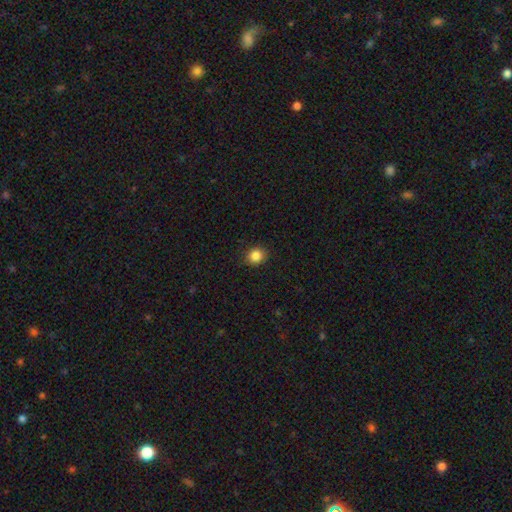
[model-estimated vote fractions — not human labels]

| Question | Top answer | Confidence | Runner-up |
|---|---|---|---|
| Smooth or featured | smooth | 86% | star or artifact (10%) |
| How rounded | round | 83% | in between (16%) |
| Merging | none | 89% | minor disturbance (8%) |